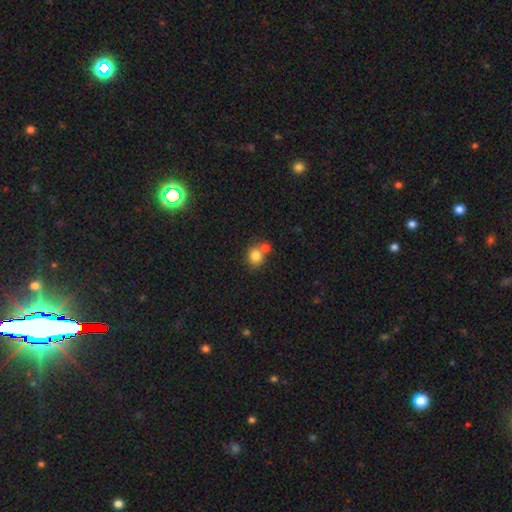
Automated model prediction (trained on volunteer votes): This is clearly a smooth galaxy (83%). How rounded: likely round (78%). Merging: possibly none (53%).